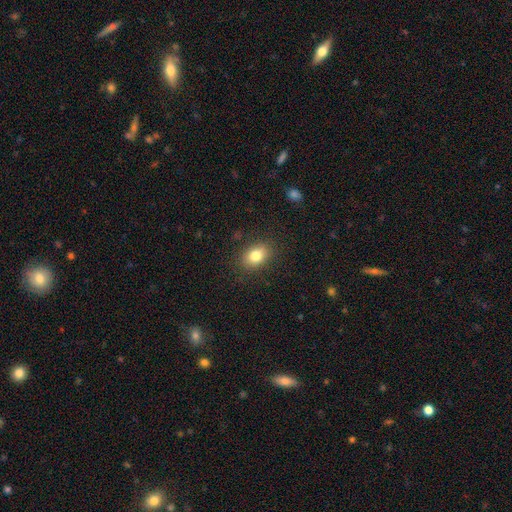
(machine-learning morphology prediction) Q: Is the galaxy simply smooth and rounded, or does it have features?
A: smooth — 81%.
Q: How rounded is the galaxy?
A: in between — 76%.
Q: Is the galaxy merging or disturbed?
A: none — 86%.